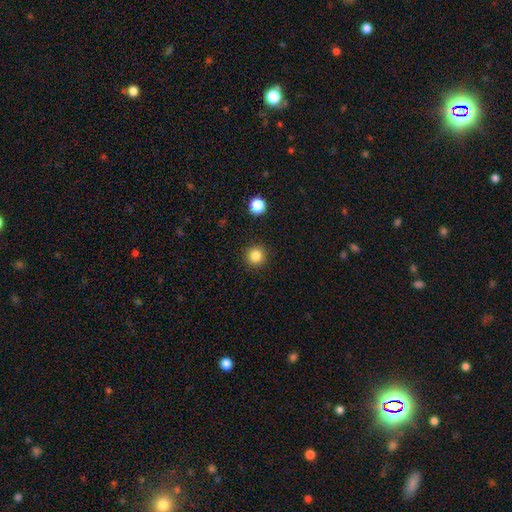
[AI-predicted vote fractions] smooth-or-featured: smooth: 84% | star or artifact: 12% | featured or disk: 5%
  how-rounded: round: 95% | in between: 4% | cigar-shaped: 1%
  merging: none: 92% | minor disturbance: 5% | major disturbance: 2% | merger: 1%